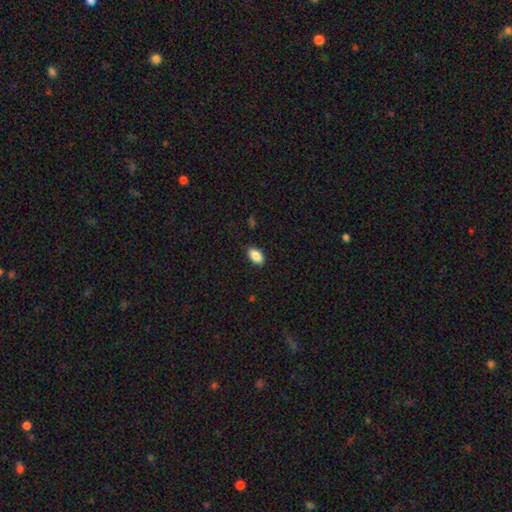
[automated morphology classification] A smooth galaxy with no disk features (88%) that is in between round and cigar-shaped (93%).

Vote fractions:
- Smooth or featured? smooth: 88% / star or artifact: 7% / featured or disk: 5%
- How rounded? in between: 93% / round: 5% / cigar-shaped: 2%
- Merging? none: 85% / minor disturbance: 11% / major disturbance: 2% / merger: 1%